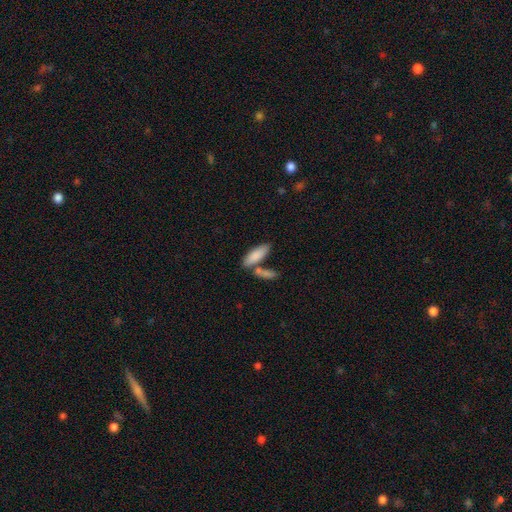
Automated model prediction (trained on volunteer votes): The model was most divided on "merging": none: 56%, merger: 29%, minor disturbance: 12%, major disturbance: 4%. More confident: smooth or featured — smooth (85%); how rounded — in between (64%).